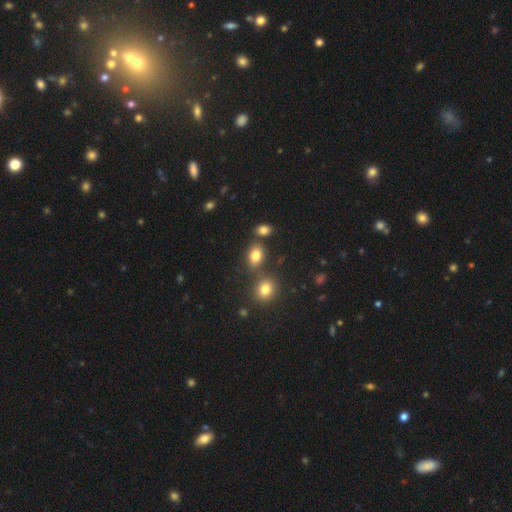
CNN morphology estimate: Smooth or featured? Predicted: smooth (p=0.81). How rounded? Predicted: in between (p=0.70). Merging? Predicted: none (p=0.65).